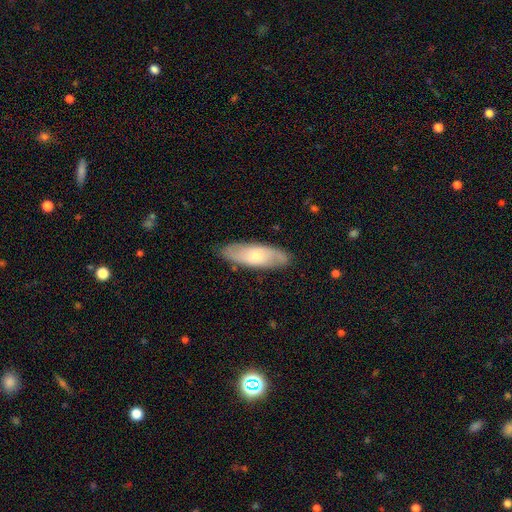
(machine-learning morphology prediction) Smooth or featured? Predicted: featured or disk (p=0.48). Merging? Predicted: none (p=0.85).